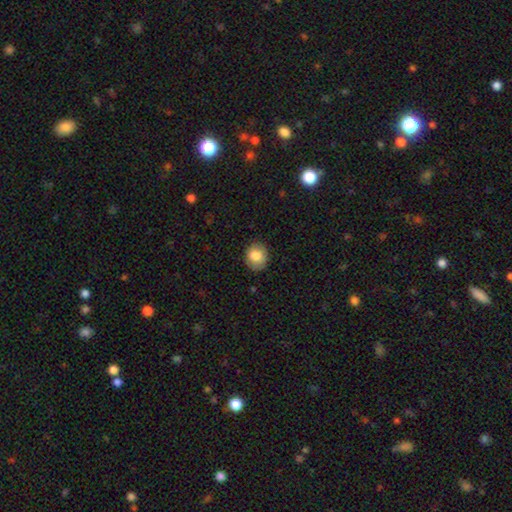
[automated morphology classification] type=smooth (83%); roundness=round (69%); merging=none (84%).